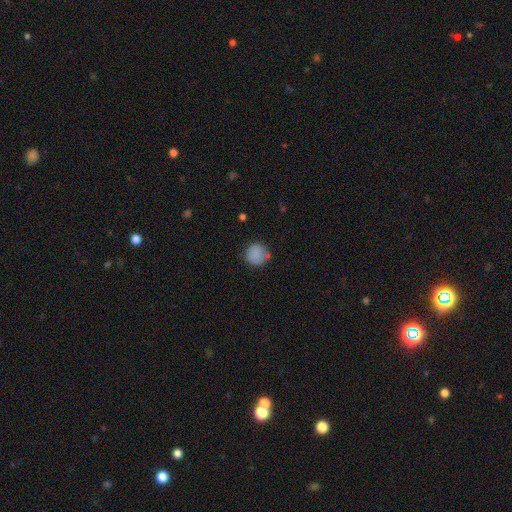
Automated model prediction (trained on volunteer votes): Q: Smooth or featured?
A: smooth (85%); runner-up: star or artifact (9%)
Q: How rounded?
A: round (92%); runner-up: in between (7%)
Q: Merging?
A: none (79%); runner-up: minor disturbance (15%)